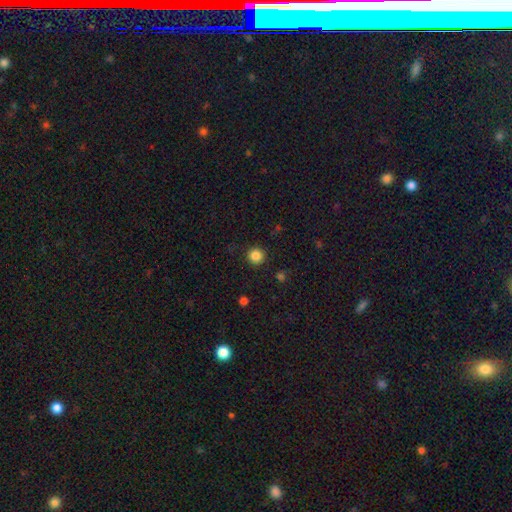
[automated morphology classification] Smooth or featured? Predicted: smooth (p=0.85). How rounded? Predicted: round (p=0.95). Merging? Predicted: none (p=0.90).